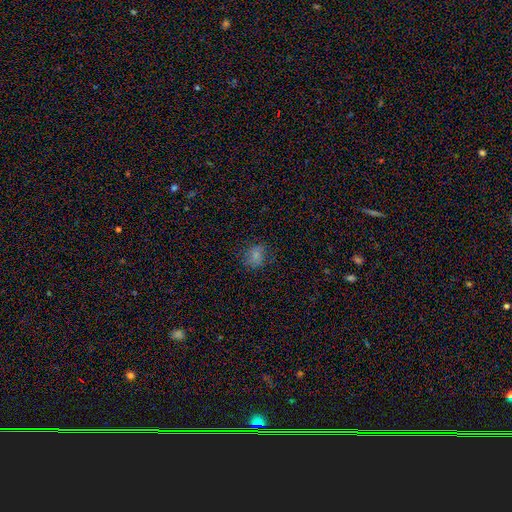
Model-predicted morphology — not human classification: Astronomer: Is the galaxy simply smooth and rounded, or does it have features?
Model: smooth — 73%.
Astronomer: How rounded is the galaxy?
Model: round — 61% (runner-up: in between, 37%).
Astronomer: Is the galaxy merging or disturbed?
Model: none — 71%.